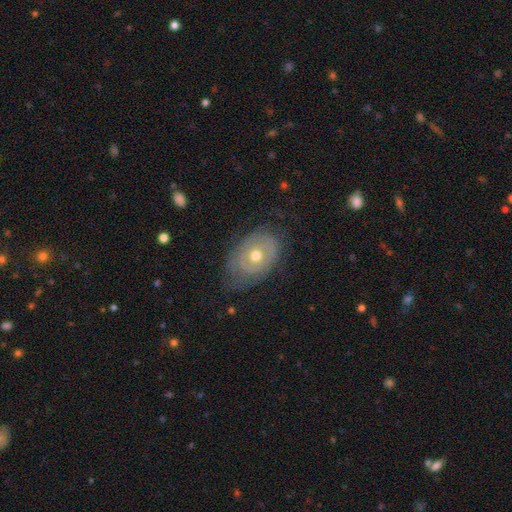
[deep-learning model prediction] Smooth or featured? featured or disk (70%)
Edge-on disk? no (94%)
Bar? no (85%)
Spiral arms? yes (56%)
Bulge size? moderate (72%)
Merging? none (68%)